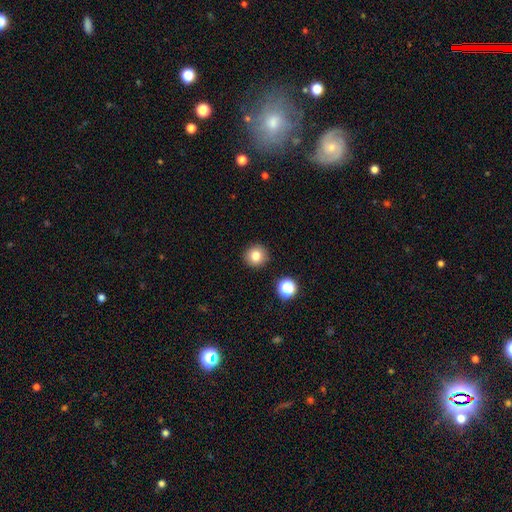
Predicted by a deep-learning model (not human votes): A smooth galaxy with no disk features (80%) that is round (94%).

Vote fractions:
- Smooth or featured? smooth: 80% / star or artifact: 13% / featured or disk: 8%
- How rounded? round: 94% / in between: 5% / cigar-shaped: 1%
- Merging? none: 91% / minor disturbance: 5% / merger: 2% / major disturbance: 2%